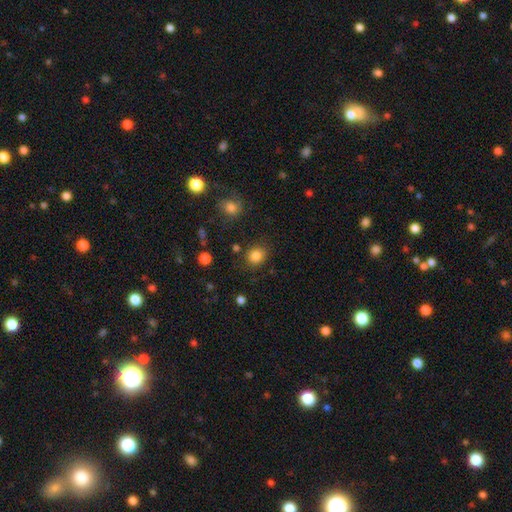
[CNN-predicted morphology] Smooth or featured?
  - smooth: 84% *
  - star or artifact: 11%
  - featured or disk: 5%
How rounded?
  - round: 72% *
  - in between: 28%
  - cigar-shaped: 1%
Merging?
  - none: 79% *
  - minor disturbance: 13%
  - major disturbance: 4%
  - merger: 4%